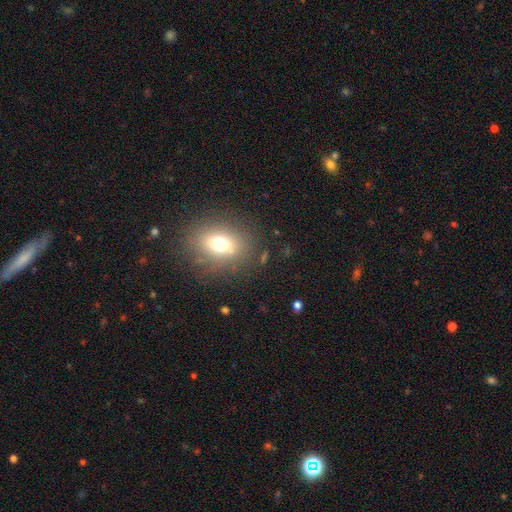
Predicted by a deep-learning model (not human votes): This is likely a smooth galaxy (63%). How rounded: possibly in between (58%). Merging: clearly none (89%).